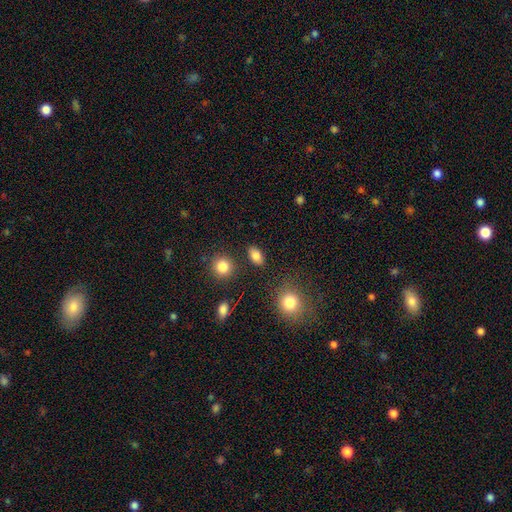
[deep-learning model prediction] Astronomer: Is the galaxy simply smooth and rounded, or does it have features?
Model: smooth — 84%.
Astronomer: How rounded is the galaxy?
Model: in between — 83%.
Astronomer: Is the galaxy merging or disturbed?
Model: none — 86%.